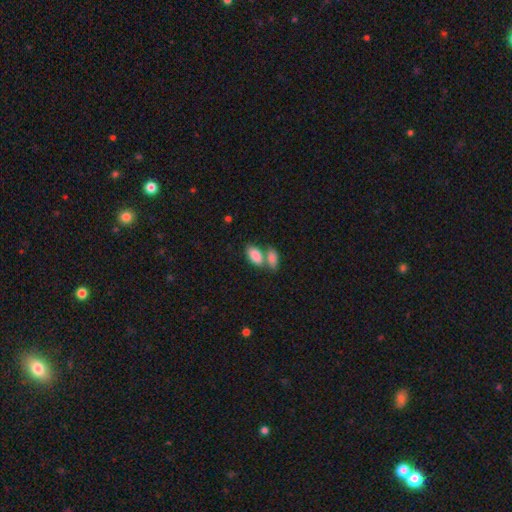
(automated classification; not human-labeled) Morphology: type=smooth (86%); roundness=in between (94%); merging=merger (55%).